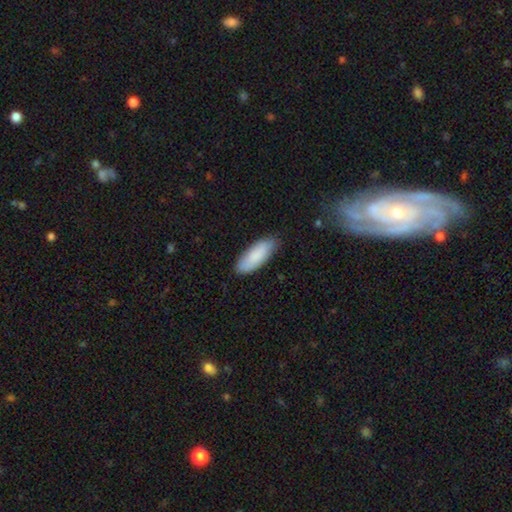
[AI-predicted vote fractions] A smooth galaxy with no disk features (86%) that is in between round and cigar-shaped (71%).

Vote fractions:
- Smooth or featured? smooth: 86% / featured or disk: 9% / star or artifact: 5%
- How rounded? in between: 71% / cigar-shaped: 27% / round: 2%
- Merging? none: 82% / minor disturbance: 14% / major disturbance: 2% / merger: 1%